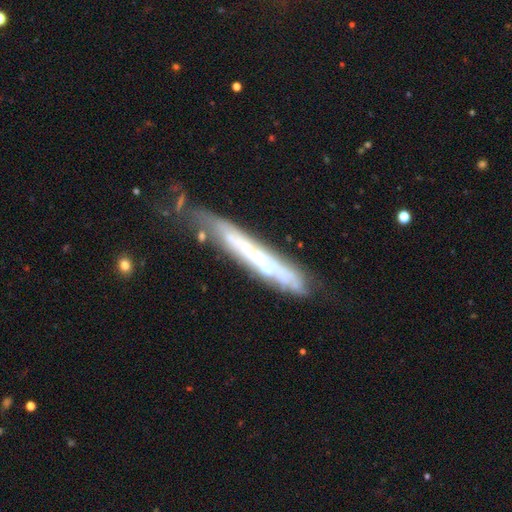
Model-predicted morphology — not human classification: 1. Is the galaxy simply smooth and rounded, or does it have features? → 64% featured or disk, 28% smooth, 8% star or artifact.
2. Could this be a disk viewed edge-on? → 71% yes, 29% no.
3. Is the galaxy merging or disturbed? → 56% none, 28% minor disturbance, 11% major disturbance, 5% merger.